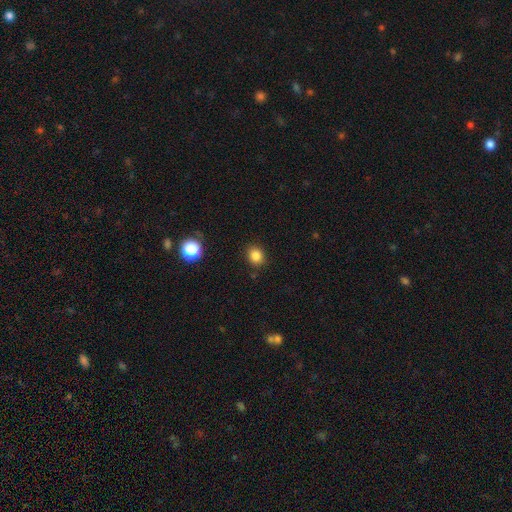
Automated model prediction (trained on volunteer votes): Smooth or featured?
  - smooth: 84% *
  - star or artifact: 12%
  - featured or disk: 4%
How rounded?
  - round: 69% *
  - in between: 30%
  - cigar-shaped: 1%
Merging?
  - none: 88% *
  - minor disturbance: 8%
  - major disturbance: 2%
  - merger: 2%